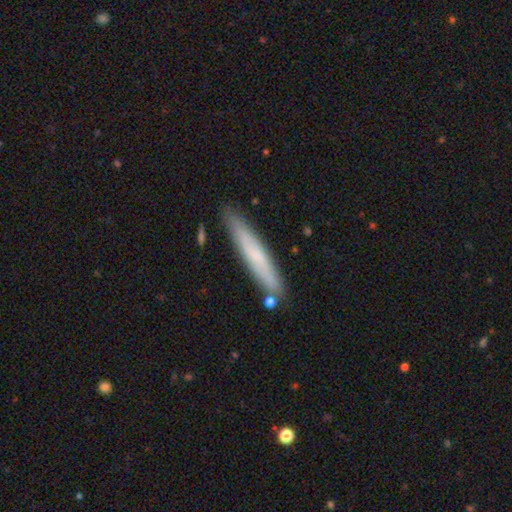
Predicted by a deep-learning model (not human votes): smooth 64%, featured or disk 30%, star or artifact 6%. Down the decision tree: how rounded — cigar-shaped (94%); merging — none (84%).